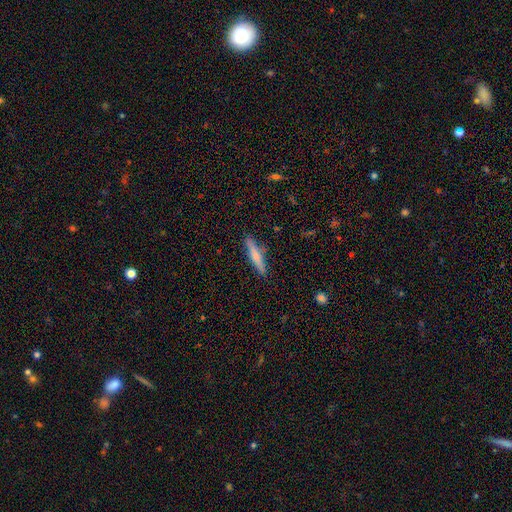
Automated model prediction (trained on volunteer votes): Overall: smooth (63%; featured or disk 31%). How rounded: cigar-shaped (89%). Merging: none (88%).